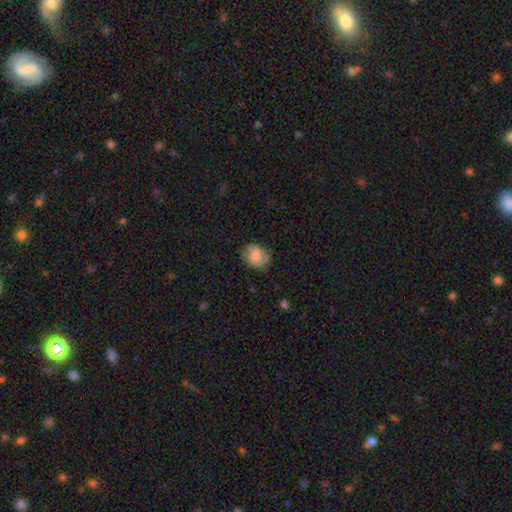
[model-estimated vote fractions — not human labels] Smooth or featured: smooth — 76% (featured or disk — 16%)
How rounded: in between — 53% (round — 46%)
Merging: none — 67% (minor disturbance — 24%)